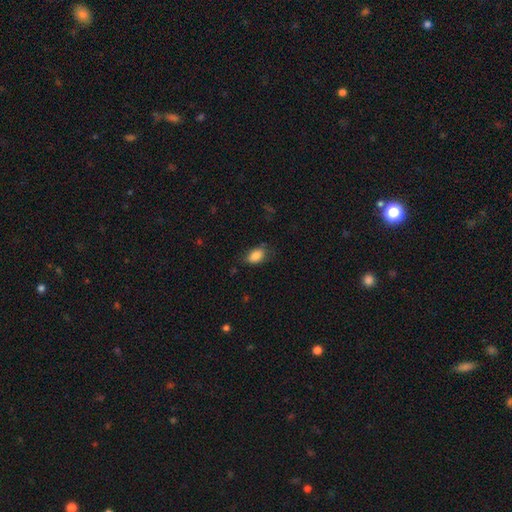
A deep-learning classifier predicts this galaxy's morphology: smooth_or_featured: smooth (p=0.86) [alt: star or artifact p=0.08]
how_rounded: in between (p=0.88) [alt: round p=0.10]
merging: none (p=0.68) [alt: minor disturbance p=0.24]